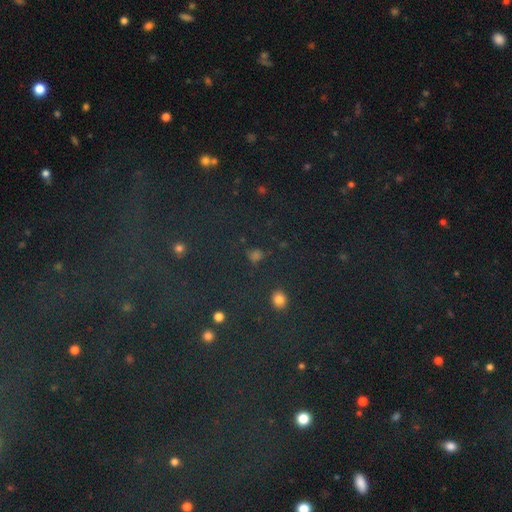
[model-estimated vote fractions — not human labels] Q: Smooth or featured?
A: smooth (54%); runner-up: star or artifact (39%)
Q: How rounded?
A: round (64%); runner-up: in between (33%)
Q: Merging?
A: none (84%); runner-up: minor disturbance (8%)